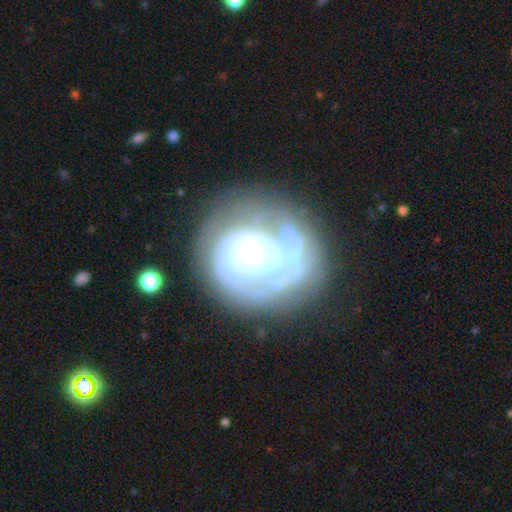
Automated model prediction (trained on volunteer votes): Morphology: type=featured or disk (84%); edge-on=no (98%); bar=no (68%); spiral arms=yes (92%); winding=tight (66%); arm count=2 (31%); bulge=small (51%); merging=none (67%).